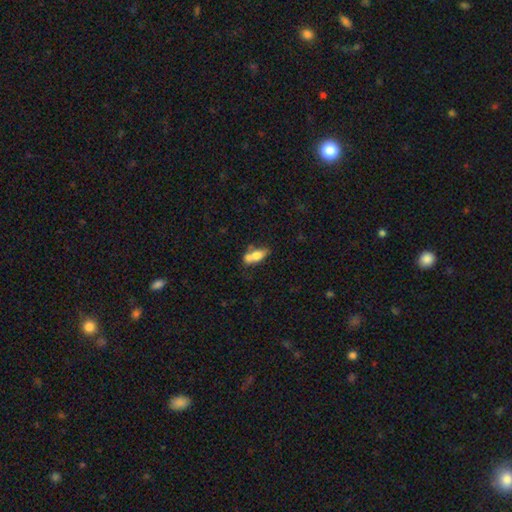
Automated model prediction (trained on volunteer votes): A smooth galaxy with no disk features (65%) that is in between round and cigar-shaped (76%). Merging: merger (38%, tied with none).